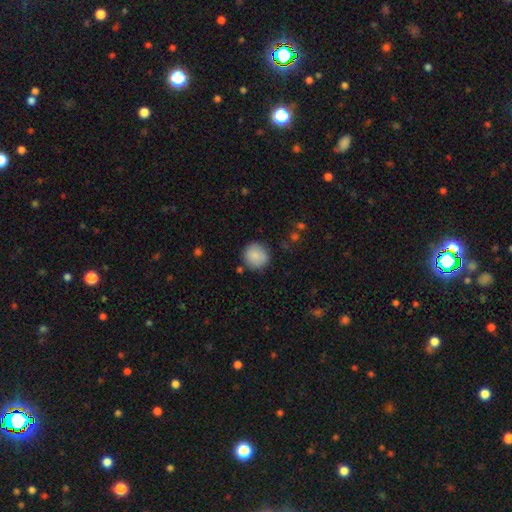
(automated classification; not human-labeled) Q: Smooth or featured?
A: smooth (88%); runner-up: star or artifact (7%)
Q: How rounded?
A: round (93%); runner-up: in between (6%)
Q: Merging?
A: none (86%); runner-up: minor disturbance (9%)